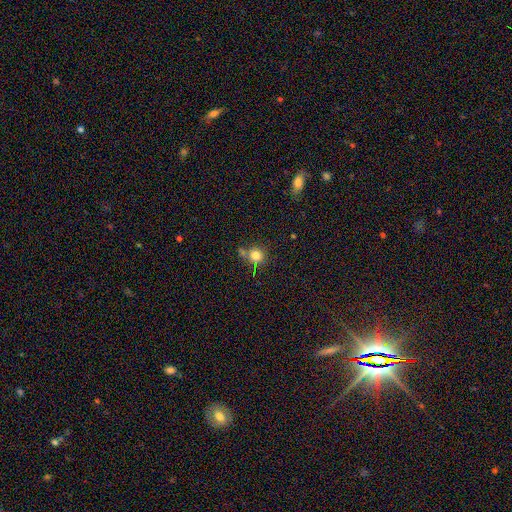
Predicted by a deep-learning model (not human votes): smooth_or_featured: smooth (p=0.78) [alt: star or artifact p=0.14]
how_rounded: round (p=0.87) [alt: in between p=0.12]
merging: none (p=0.59) [alt: merger p=0.21]